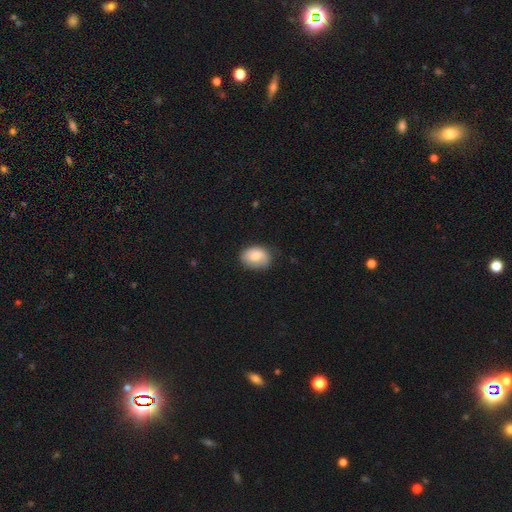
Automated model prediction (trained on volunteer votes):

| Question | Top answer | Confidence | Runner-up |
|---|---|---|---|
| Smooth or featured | smooth | 79% | featured or disk (14%) |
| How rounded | in between | 71% | round (28%) |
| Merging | none | 71% | minor disturbance (23%) |